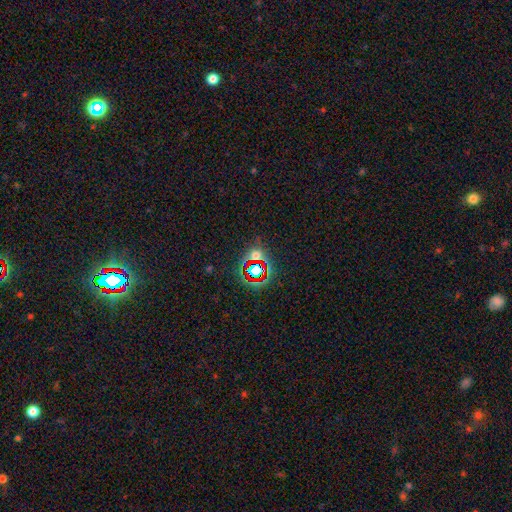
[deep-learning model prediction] Smooth or featured?
  - star or artifact: 57% *
  - smooth: 31%
  - featured or disk: 12%